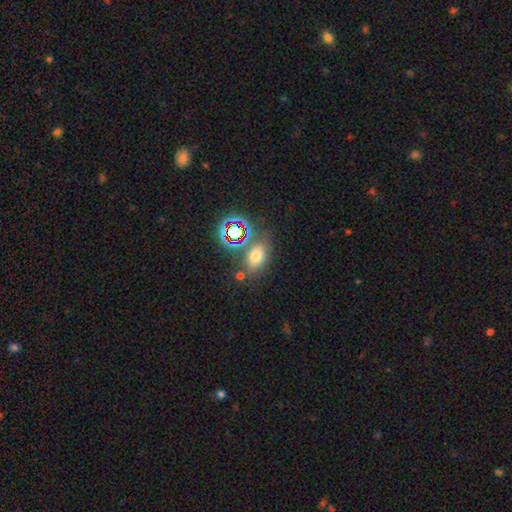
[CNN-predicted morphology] A smooth galaxy with no disk features (62%) that is in between round and cigar-shaped (76%).

Vote fractions:
- Smooth or featured? smooth: 62% / star or artifact: 26% / featured or disk: 13%
- How rounded? in between: 76% / round: 21% / cigar-shaped: 3%
- Merging? none: 67% / minor disturbance: 15% / merger: 12% / major disturbance: 6%